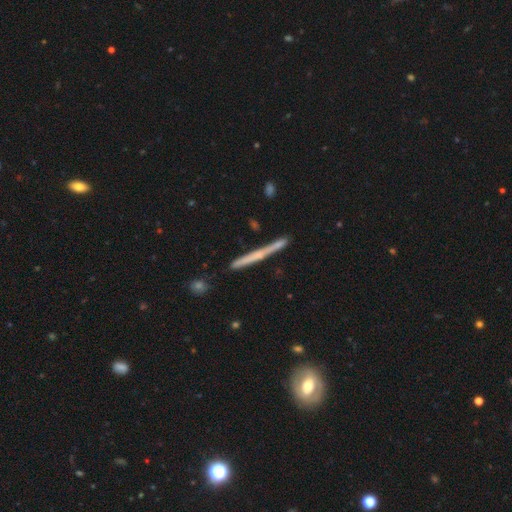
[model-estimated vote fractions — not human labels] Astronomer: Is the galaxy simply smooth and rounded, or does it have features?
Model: featured or disk — 58% (runner-up: smooth, 36%).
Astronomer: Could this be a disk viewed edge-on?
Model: yes — 97%.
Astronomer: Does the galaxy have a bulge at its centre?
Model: none — 67%.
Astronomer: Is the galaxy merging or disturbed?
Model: none — 85%.